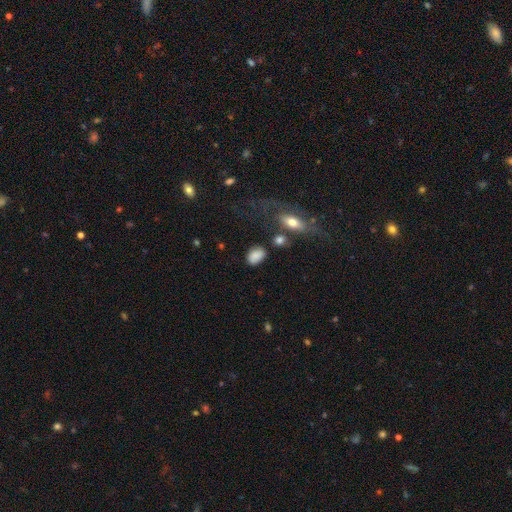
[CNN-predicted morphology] This is clearly a smooth galaxy (85%). How rounded: clearly in between (85%). Merging: likely none (73%).